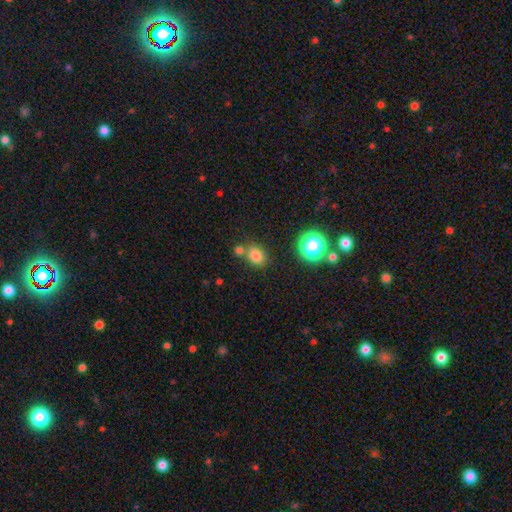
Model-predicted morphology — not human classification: Q: Smooth or featured?
A: smooth (78%); runner-up: star or artifact (15%)
Q: How rounded?
A: round (51%); runner-up: in between (48%)
Q: Merging?
A: none (66%); runner-up: merger (19%)